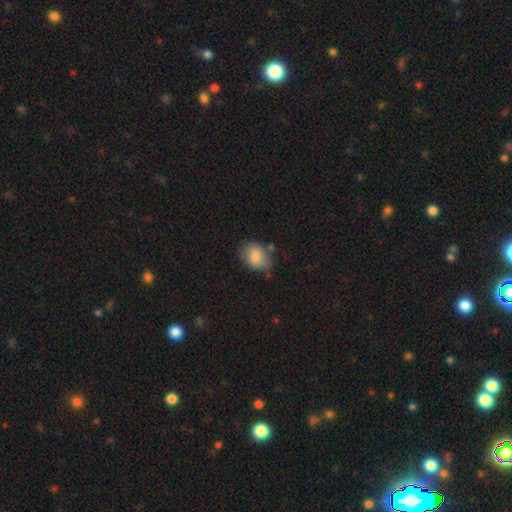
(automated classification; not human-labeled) Overall: smooth (82%). How rounded: in between (68%; round 30%). Merging: none (64%; minor disturbance 25%).